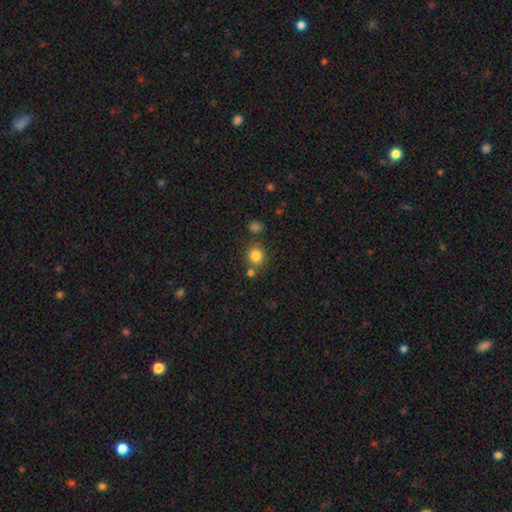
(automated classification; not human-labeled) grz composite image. It shows a smooth galaxy with no disk features (83%) that is round (84%). Merging: none (73%).